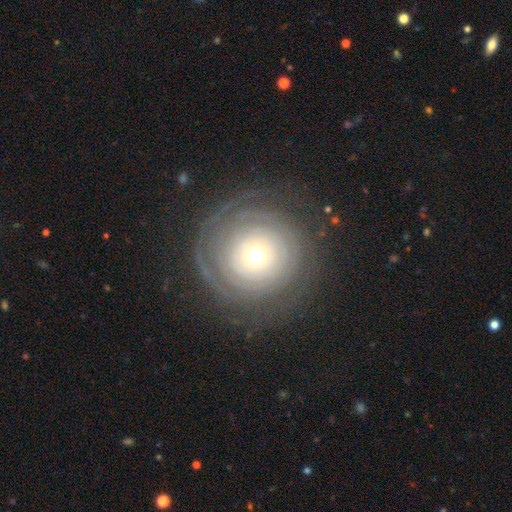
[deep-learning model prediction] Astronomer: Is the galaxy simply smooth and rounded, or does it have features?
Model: featured or disk — 67%.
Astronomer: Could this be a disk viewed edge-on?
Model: no — 96%.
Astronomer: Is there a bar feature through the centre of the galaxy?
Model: no — 89%.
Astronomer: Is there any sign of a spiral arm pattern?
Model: yes — 73%.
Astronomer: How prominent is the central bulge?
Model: moderate — 57%.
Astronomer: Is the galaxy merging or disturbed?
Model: none — 76%.